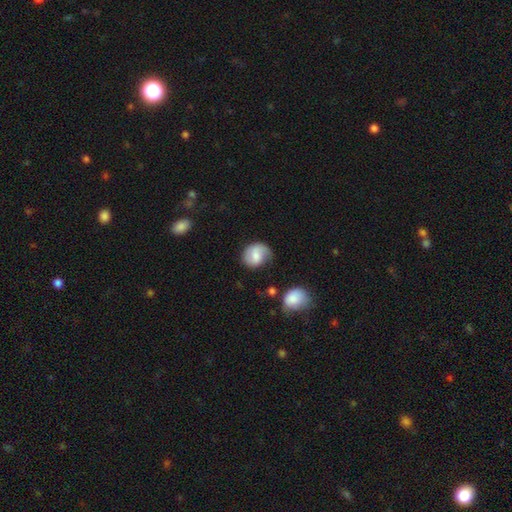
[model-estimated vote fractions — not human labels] The model was most divided on "smooth or featured": smooth: 59%, featured or disk: 34%, star or artifact: 7%. More confident: how rounded — round (69%); merging — none (58%).